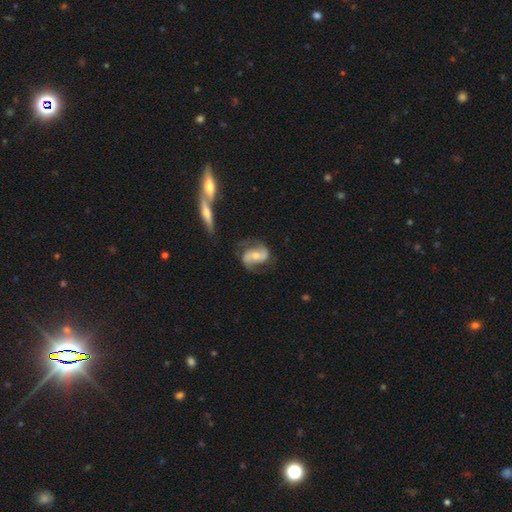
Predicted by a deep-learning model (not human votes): featured or disk 84%, smooth 11%, star or artifact 5%. Down the decision tree: edge-on disk — no (96%); bar — no (37%); spiral arms — yes (95%); spiral arm count — 2 (91%); spiral winding — medium (45%); bulge size — moderate (57%); merging — none (70%).